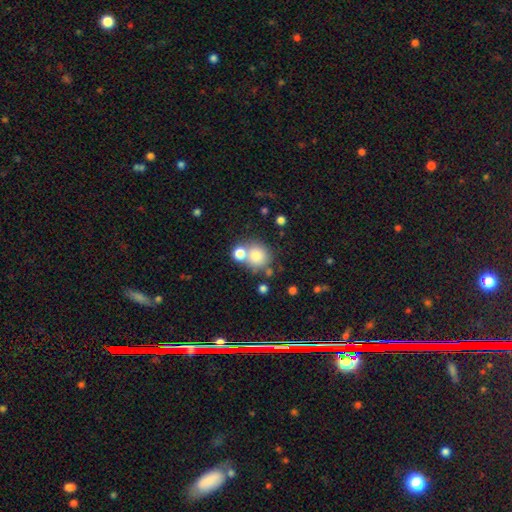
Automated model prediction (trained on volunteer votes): A smooth galaxy with no disk features (76%) that is round (86%). Merging: none (55%).